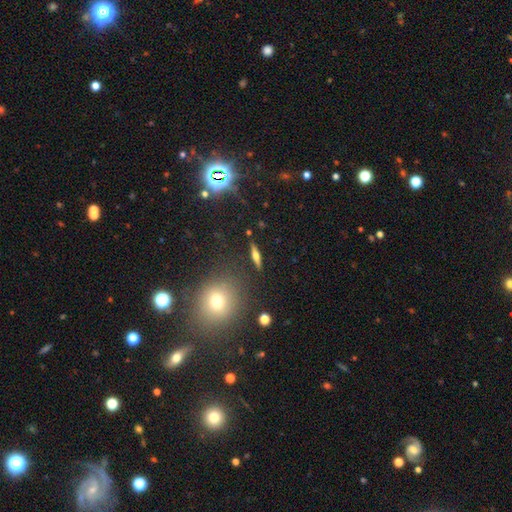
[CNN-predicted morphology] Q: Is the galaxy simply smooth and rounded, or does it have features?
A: featured or disk — 49%.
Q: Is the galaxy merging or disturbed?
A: none — 88%.